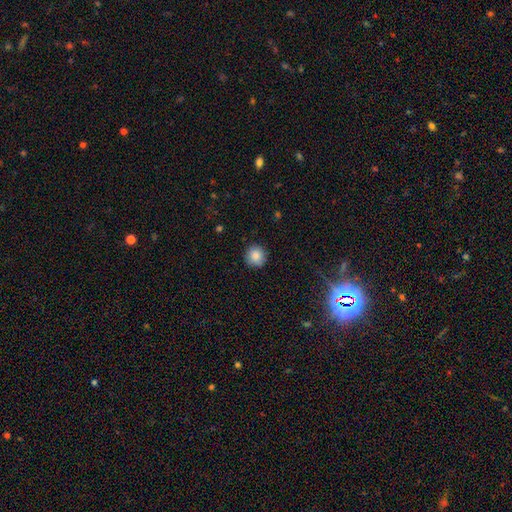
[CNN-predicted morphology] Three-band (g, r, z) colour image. It shows a smooth galaxy with no disk features (86%) that is round (93%). Merging: none (88%).